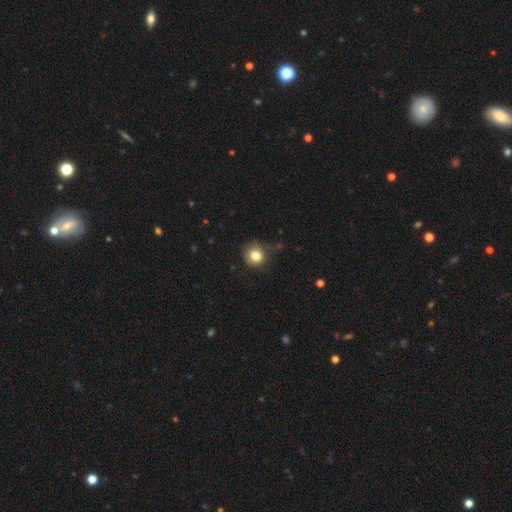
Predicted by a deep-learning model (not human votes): Smooth or featured? Predicted: smooth (p=0.82). How rounded? Predicted: round (p=0.89). Merging? Predicted: none (p=0.75).